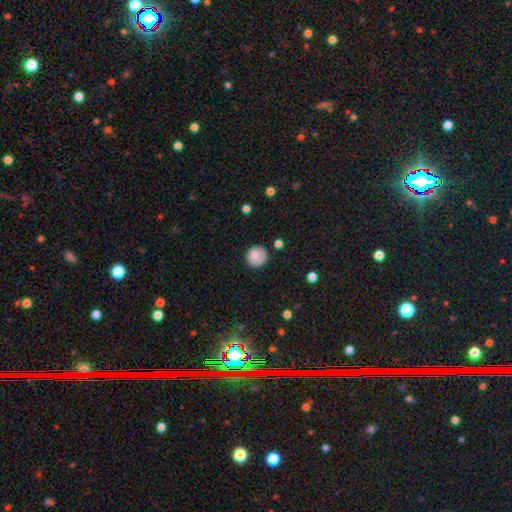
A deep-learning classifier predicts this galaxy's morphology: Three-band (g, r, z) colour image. It shows a smooth galaxy with no disk features (79%) that is round (91%). Merging: none (80%).